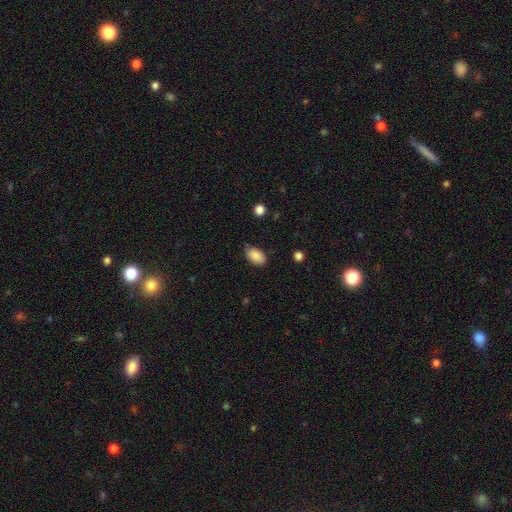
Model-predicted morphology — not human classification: Smooth or featured? smooth (88%)
How rounded? in between (93%)
Merging? none (76%)